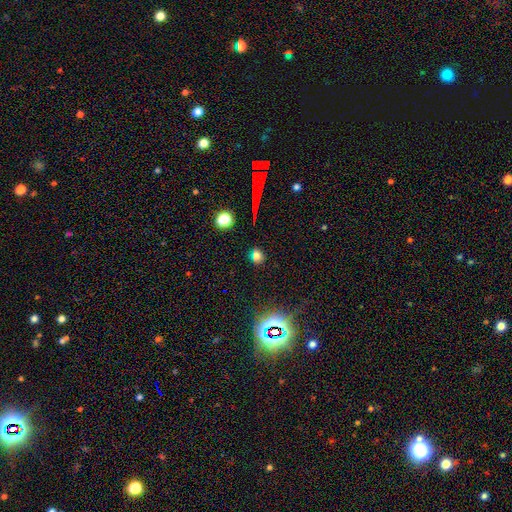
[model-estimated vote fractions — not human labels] Smooth or featured? smooth (72%)
How rounded? round (66%)
Merging? none (85%)